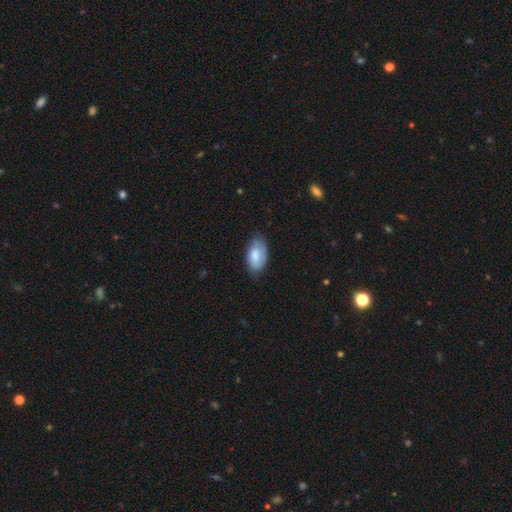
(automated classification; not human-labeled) Smooth or featured?
  - smooth: 73% *
  - featured or disk: 21%
  - star or artifact: 6%
How rounded?
  - in between: 94% *
  - round: 4%
  - cigar-shaped: 3%
Merging?
  - none: 63% *
  - minor disturbance: 29%
  - major disturbance: 6%
  - merger: 1%